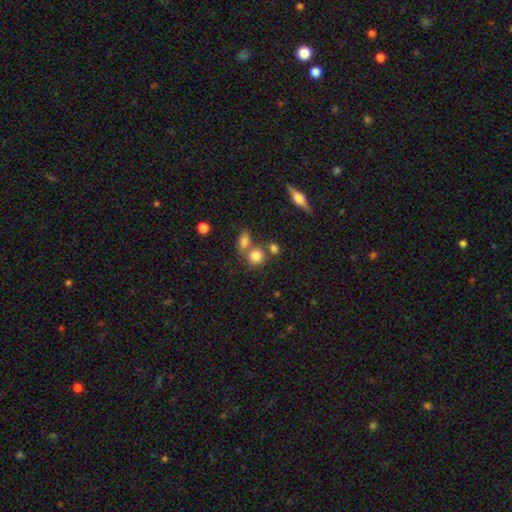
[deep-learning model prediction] smooth-or-featured: smooth: 81% | star or artifact: 11% | featured or disk: 8%
  how-rounded: round: 75% | in between: 23% | cigar-shaped: 2%
  merging: none: 54% | merger: 32% | minor disturbance: 10% | major disturbance: 4%